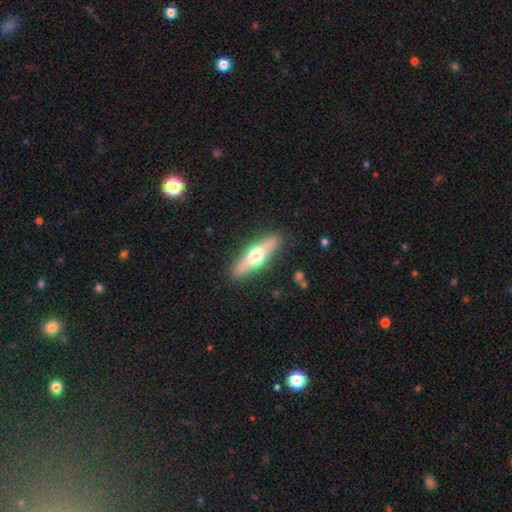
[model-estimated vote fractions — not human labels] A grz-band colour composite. It shows a featured or disk galaxy (48%). Merging: none (88%).